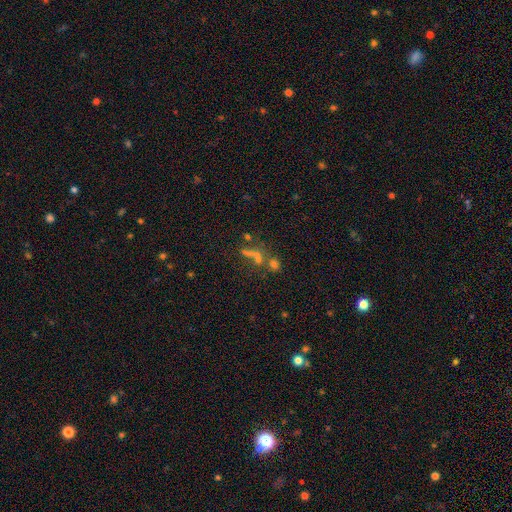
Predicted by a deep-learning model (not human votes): Overall: star or artifact (41%; smooth 36%).